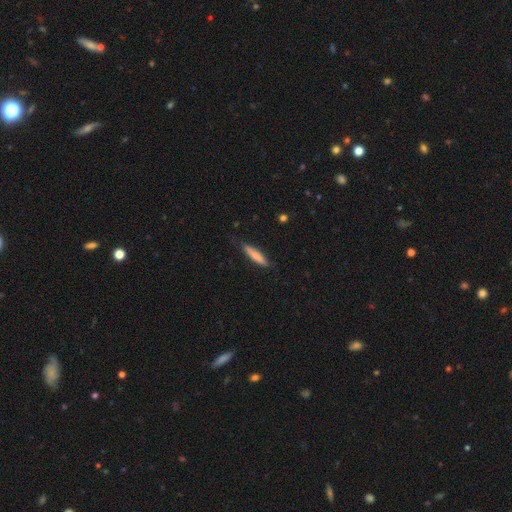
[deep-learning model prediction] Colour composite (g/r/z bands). It shows a smooth galaxy with no disk features (75%) that is cigar-shaped (87%). Merging: none (80%).